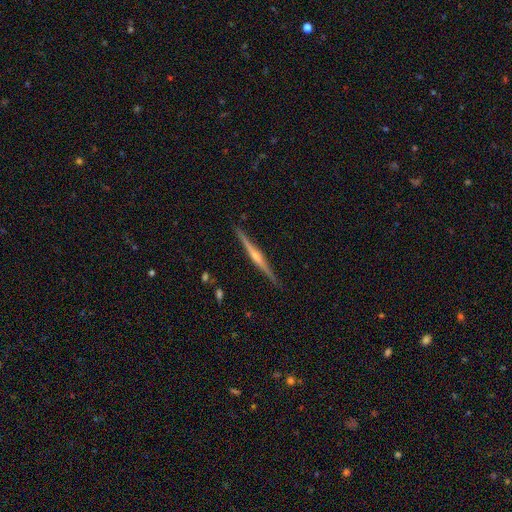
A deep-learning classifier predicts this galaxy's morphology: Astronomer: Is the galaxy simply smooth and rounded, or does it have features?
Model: featured or disk — 81%.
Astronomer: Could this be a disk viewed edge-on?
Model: yes — 98%.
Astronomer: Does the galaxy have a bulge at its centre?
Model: rounded — 81%.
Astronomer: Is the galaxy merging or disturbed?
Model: none — 91%.